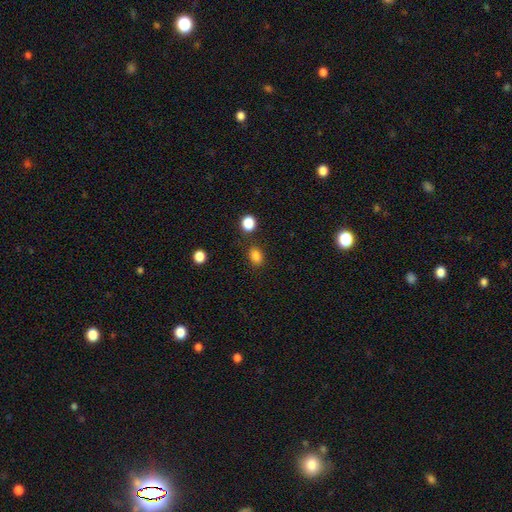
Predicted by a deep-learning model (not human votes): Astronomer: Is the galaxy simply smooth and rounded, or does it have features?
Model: smooth — 84%.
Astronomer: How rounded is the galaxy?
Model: in between — 67%.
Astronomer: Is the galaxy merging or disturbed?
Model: none — 81%.